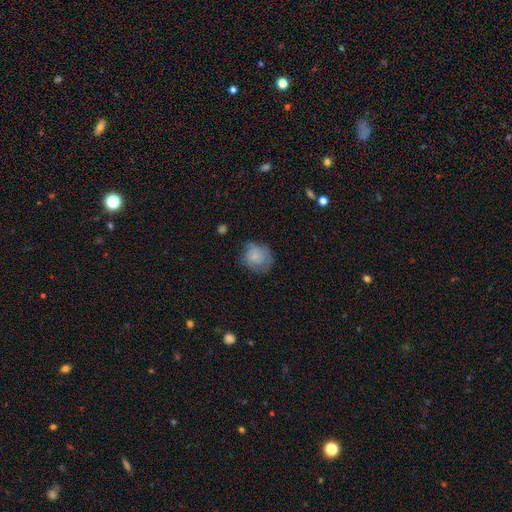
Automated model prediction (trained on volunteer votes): Smooth or featured? smooth (67%)
How rounded? round (79%)
Merging? none (59%)